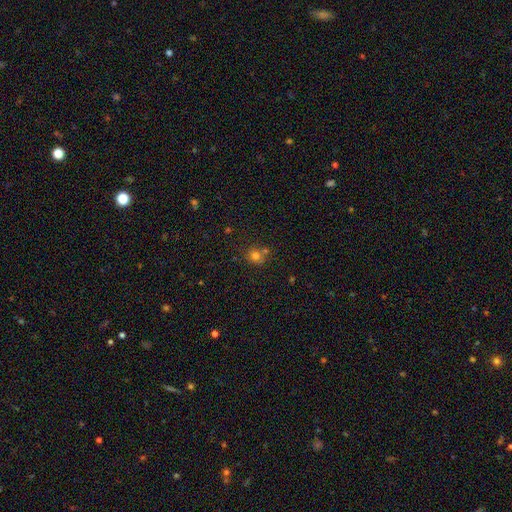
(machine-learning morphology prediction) smooth 74%, star or artifact 17%, featured or disk 10%. Down the decision tree: how rounded — round (84%); merging — none (61%).